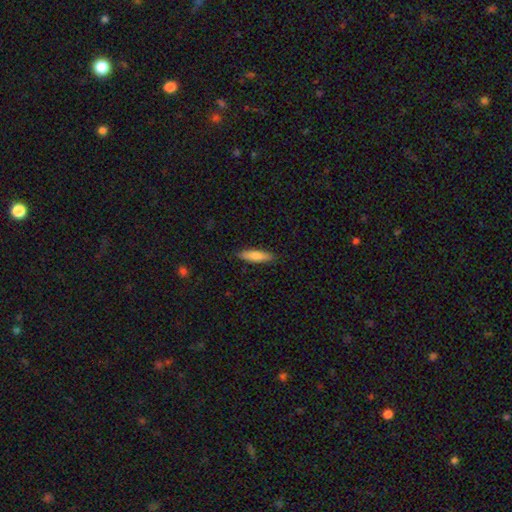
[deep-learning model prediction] Q: Smooth or featured?
A: smooth (78%); runner-up: featured or disk (16%)
Q: How rounded?
A: cigar-shaped (67%); runner-up: in between (31%)
Q: Merging?
A: none (88%); runner-up: minor disturbance (9%)